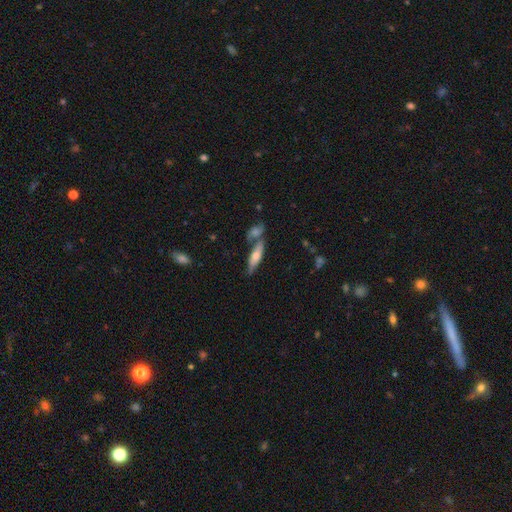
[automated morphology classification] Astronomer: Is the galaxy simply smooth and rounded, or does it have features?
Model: smooth — 47% (runner-up: featured or disk, 45%).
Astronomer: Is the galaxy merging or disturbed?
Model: none — 55%.